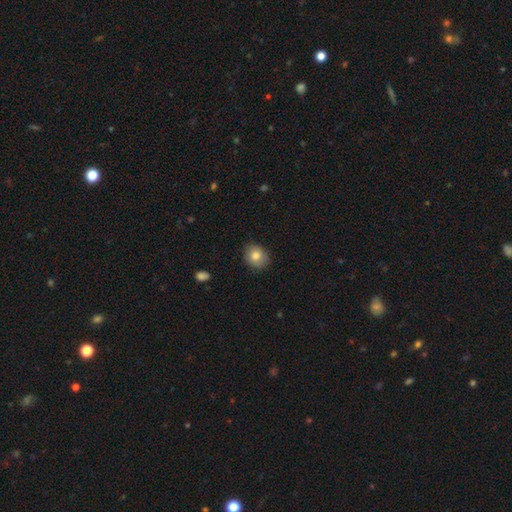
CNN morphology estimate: This appears to be a smooth galaxy with no disk features (80%) that is round (62%). Merging: none (84%).